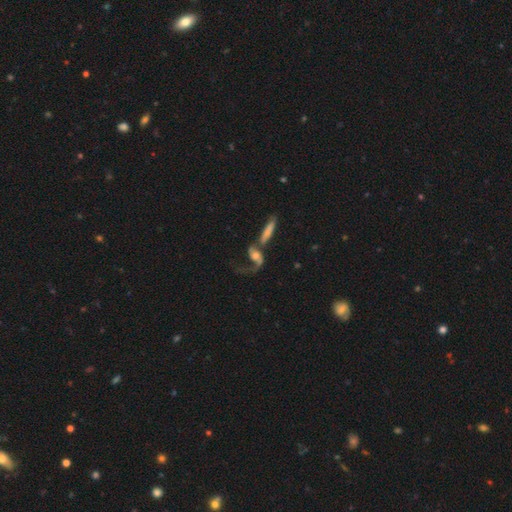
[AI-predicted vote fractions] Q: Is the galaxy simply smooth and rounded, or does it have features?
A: featured or disk — 63%.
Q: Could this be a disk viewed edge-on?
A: no — 88%.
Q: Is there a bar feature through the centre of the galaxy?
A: no — 60%.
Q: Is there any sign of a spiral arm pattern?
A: yes — 81%.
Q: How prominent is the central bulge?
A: moderate — 49%.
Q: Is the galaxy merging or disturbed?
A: merger — 42%.